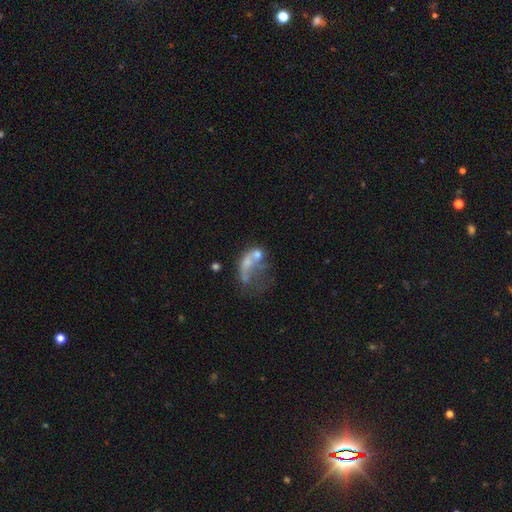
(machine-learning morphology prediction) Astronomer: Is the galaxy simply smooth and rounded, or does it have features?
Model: featured or disk — 48% (runner-up: smooth, 36%).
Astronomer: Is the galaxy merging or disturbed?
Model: major disturbance — 38% (runner-up: merger, 33%).